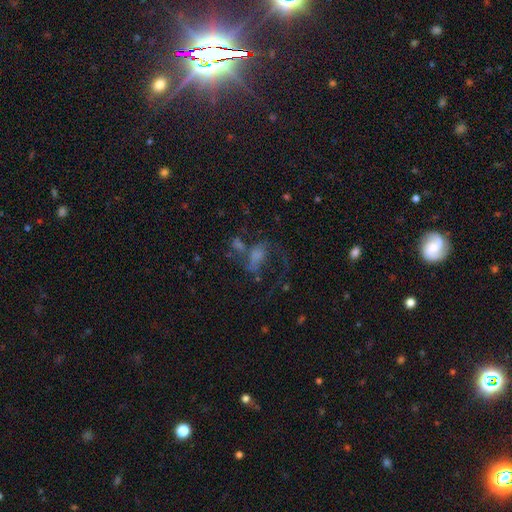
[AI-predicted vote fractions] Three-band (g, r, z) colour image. It shows a featured or disk galaxy (47%). Merging: major disturbance (41%).